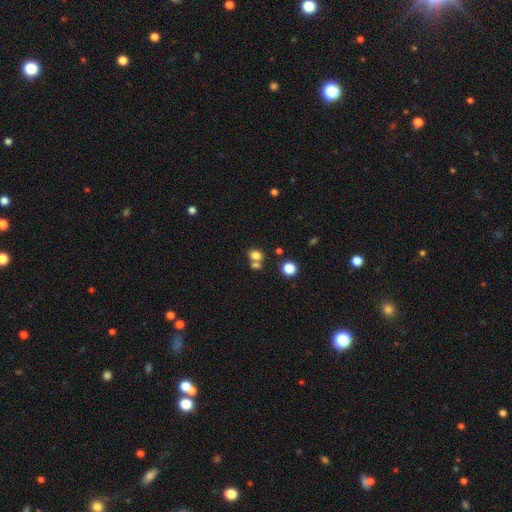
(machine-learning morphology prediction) This is likely a smooth galaxy (77%). How rounded: possibly in between (55%). Merging: possibly none (47%).